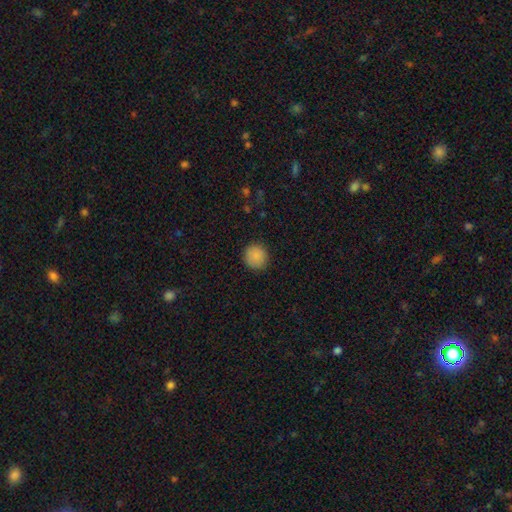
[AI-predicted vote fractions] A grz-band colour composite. It shows a smooth galaxy with no disk features (88%) that is round (94%). Merging: none (90%).